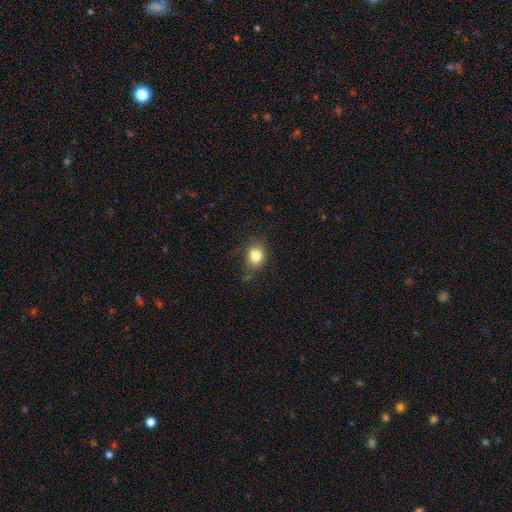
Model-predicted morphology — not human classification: Smooth or featured? Predicted: smooth (p=0.82). How rounded? Predicted: in between (p=0.52). Merging? Predicted: none (p=0.70).